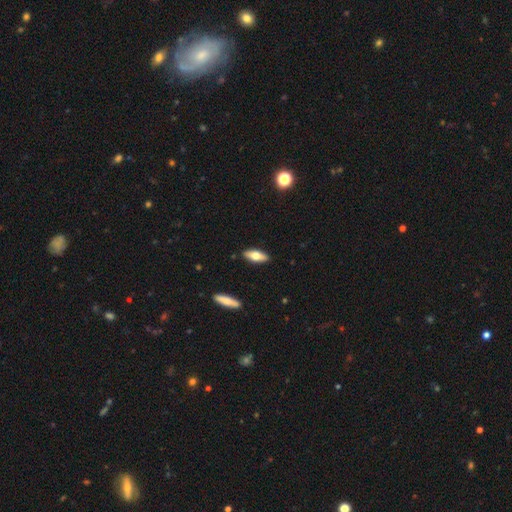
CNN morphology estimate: Overall: smooth (66%; featured or disk 28%). How rounded: in between (69%). Merging: none (88%).